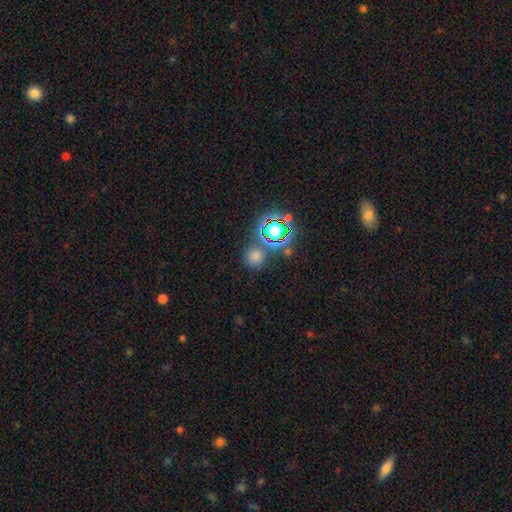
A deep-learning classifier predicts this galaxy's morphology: smooth 66%, star or artifact 27%, featured or disk 6%. Down the decision tree: how rounded — round (90%); merging — none (77%).